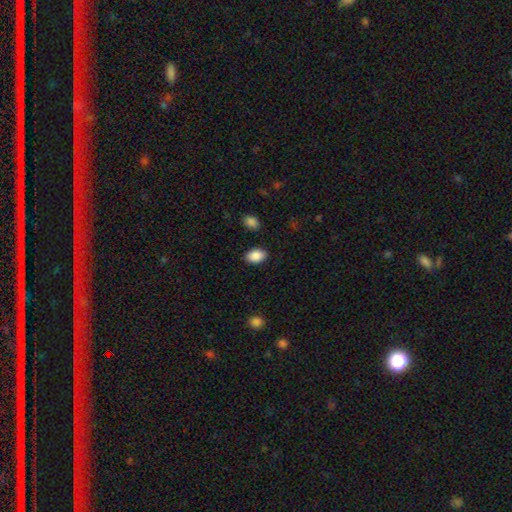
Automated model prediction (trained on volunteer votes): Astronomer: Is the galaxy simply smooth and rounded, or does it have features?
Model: smooth — 89%.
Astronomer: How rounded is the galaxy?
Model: in between — 87%.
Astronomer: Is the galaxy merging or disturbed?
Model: none — 87%.